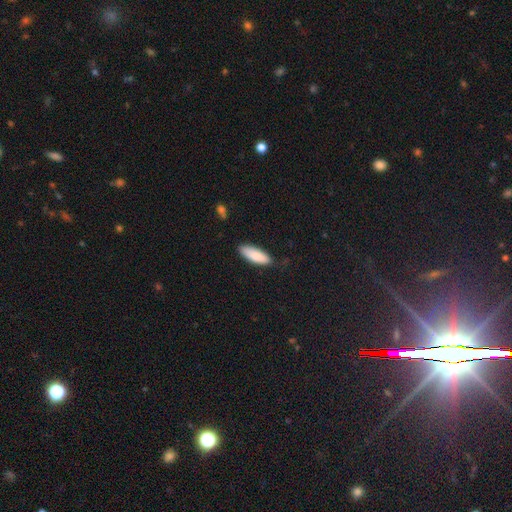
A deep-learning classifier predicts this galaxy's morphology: Smooth or featured? Predicted: smooth (p=0.88). How rounded? Predicted: in between (p=0.64). Merging? Predicted: none (p=0.81).